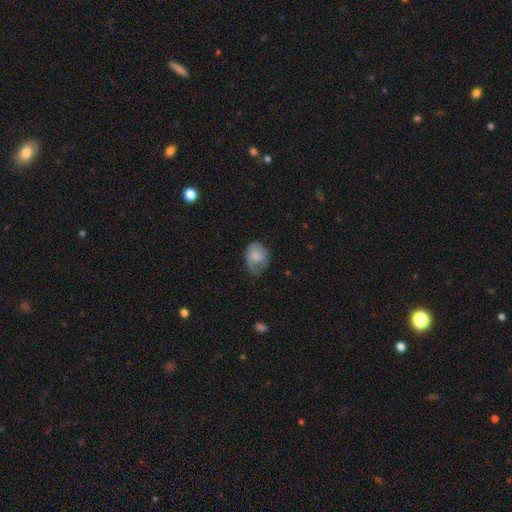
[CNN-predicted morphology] type=smooth (58%); roundness=in between (62%); merging=none (41%).